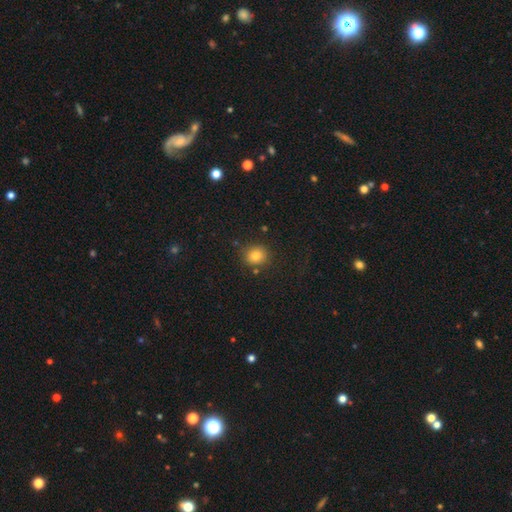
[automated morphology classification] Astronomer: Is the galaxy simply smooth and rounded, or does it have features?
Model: smooth — 80%.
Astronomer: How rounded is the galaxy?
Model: round — 81%.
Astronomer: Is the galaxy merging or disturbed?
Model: none — 82%.